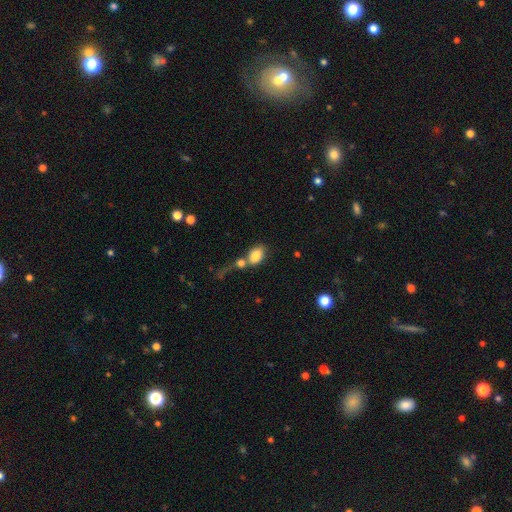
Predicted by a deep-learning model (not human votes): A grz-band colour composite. It shows a smooth galaxy with no disk features (82%) that is in between round and cigar-shaped (82%). Merging: merger (45%).